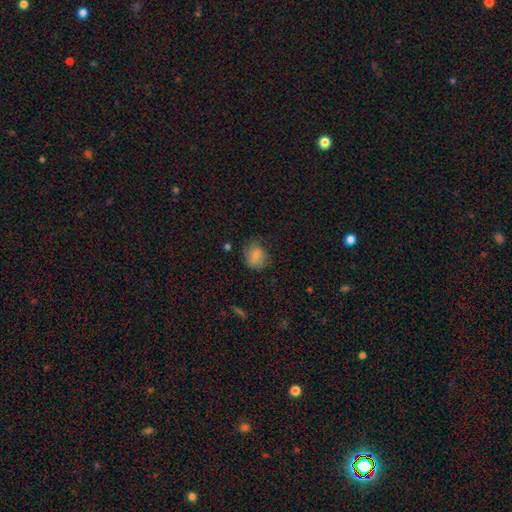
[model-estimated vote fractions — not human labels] smooth_or_featured: smooth (p=0.78) [alt: featured or disk p=0.13]
how_rounded: round (p=0.54) [alt: in between p=0.45]
merging: none (p=0.62) [alt: minor disturbance p=0.26]